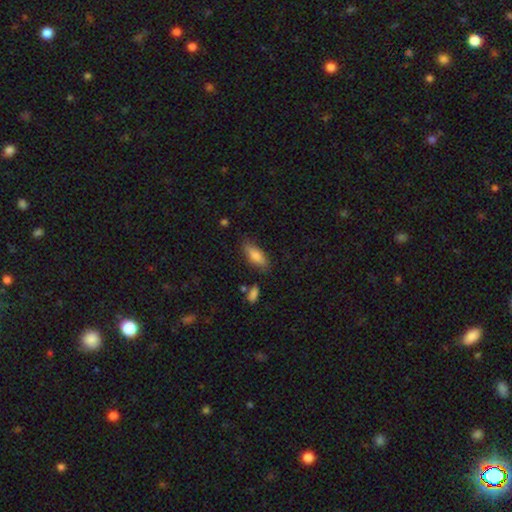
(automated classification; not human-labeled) A smooth galaxy with no disk features (81%) that is in between round and cigar-shaped (74%). Merging: none (79%).